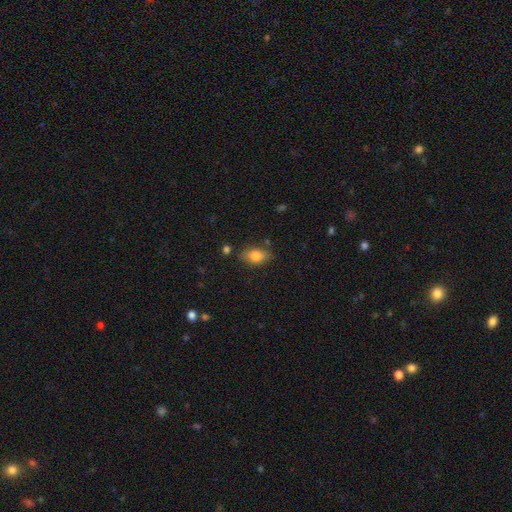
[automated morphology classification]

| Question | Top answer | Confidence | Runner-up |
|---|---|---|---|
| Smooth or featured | smooth | 80% | featured or disk (11%) |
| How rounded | in between | 84% | round (13%) |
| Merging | none | 78% | minor disturbance (15%) |